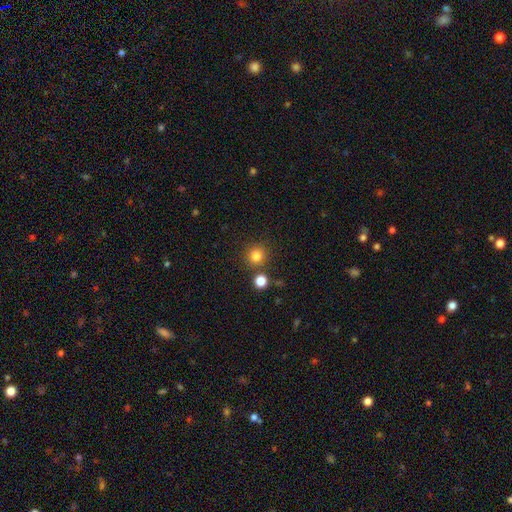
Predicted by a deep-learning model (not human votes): Smooth or featured: smooth — 81% (star or artifact — 14%)
How rounded: round — 93% (in between — 6%)
Merging: none — 82% (merger — 9%)